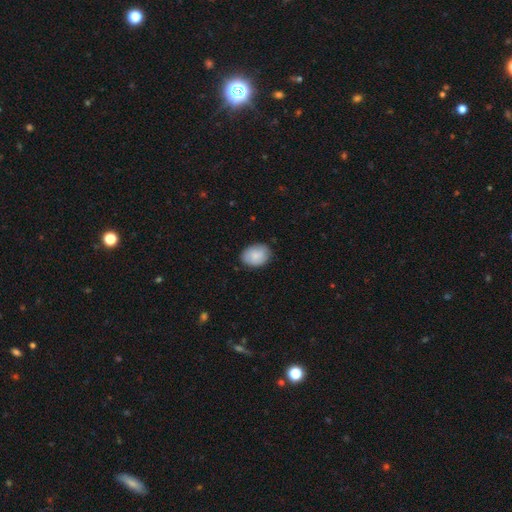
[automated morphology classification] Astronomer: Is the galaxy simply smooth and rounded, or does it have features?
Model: smooth — 85%.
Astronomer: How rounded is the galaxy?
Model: in between — 70%.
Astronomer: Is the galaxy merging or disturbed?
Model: none — 81%.